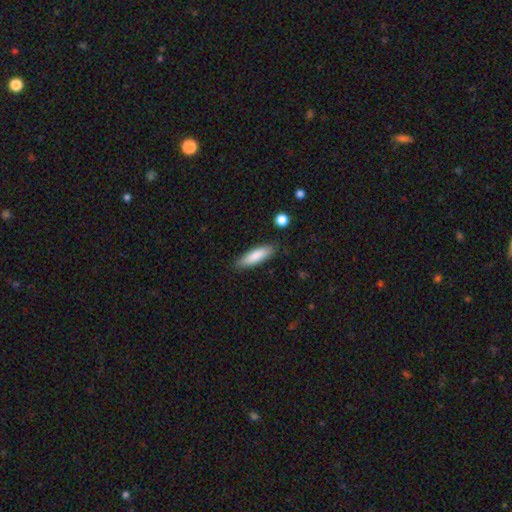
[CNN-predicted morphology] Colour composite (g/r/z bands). It shows a smooth galaxy with no disk features (84%) that is cigar-shaped (59%). Merging: none (86%).